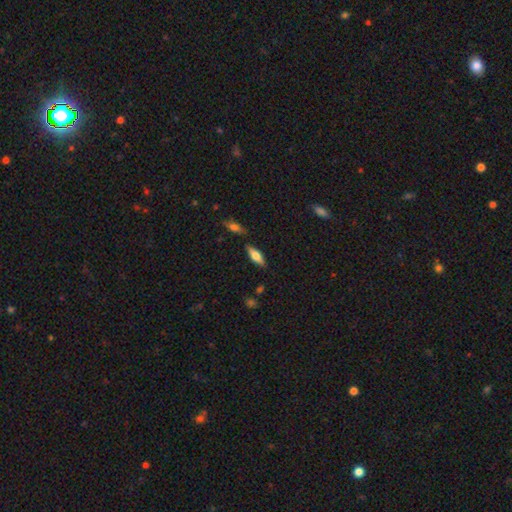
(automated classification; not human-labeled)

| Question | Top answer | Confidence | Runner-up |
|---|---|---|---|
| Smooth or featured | smooth | 54% | featured or disk (38%) |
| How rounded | in between | 56% | cigar-shaped (41%) |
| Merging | none | 82% | minor disturbance (11%) |